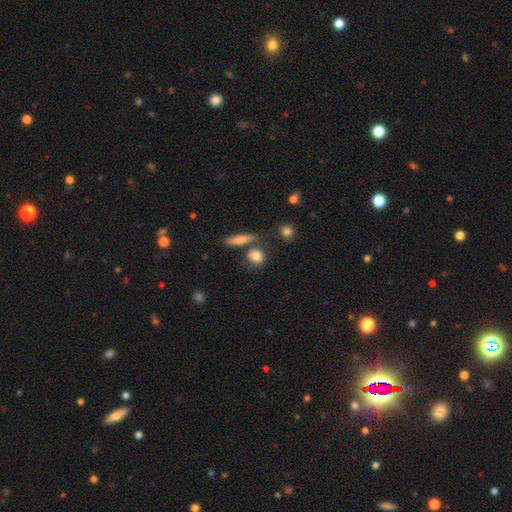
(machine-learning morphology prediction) type=smooth (82%); roundness=round (59%); merging=none (63%).